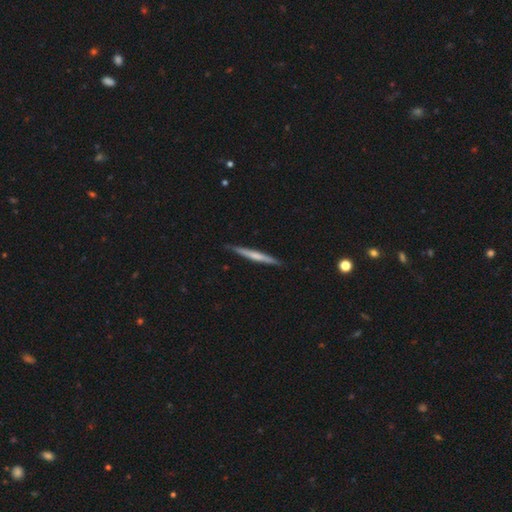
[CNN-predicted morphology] smooth-or-featured: smooth: 49% | featured or disk: 46% | star or artifact: 5%
  merging: none: 88% | minor disturbance: 9% | major disturbance: 2% | merger: 1%